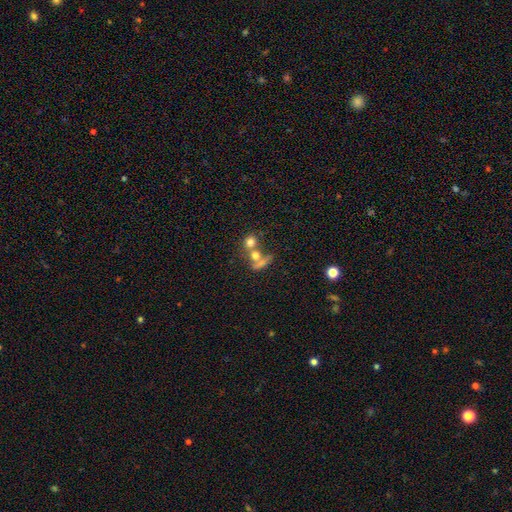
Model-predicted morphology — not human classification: type=smooth (65%); roundness=round (57%); merging=merger (53%).